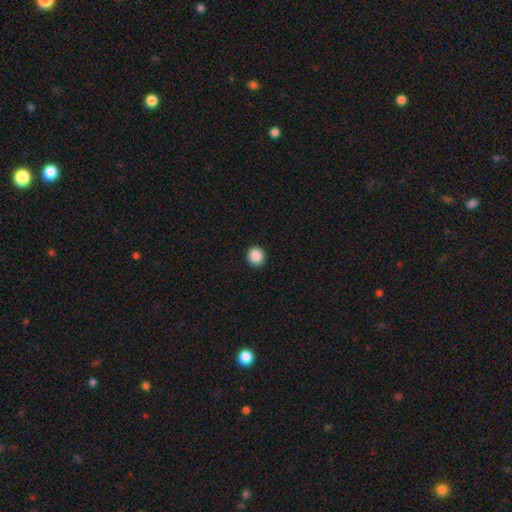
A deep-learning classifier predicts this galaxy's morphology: This is clearly a smooth galaxy (88%). How rounded: clearly round (92%). Merging: clearly none (93%).